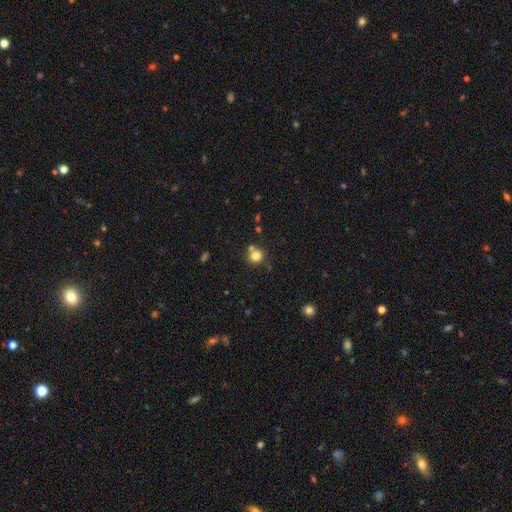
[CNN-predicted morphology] The model was most divided on "merging": none: 65%, merger: 22%, minor disturbance: 9%, major disturbance: 3%. More confident: how rounded — round (88%); smooth or featured — smooth (79%).